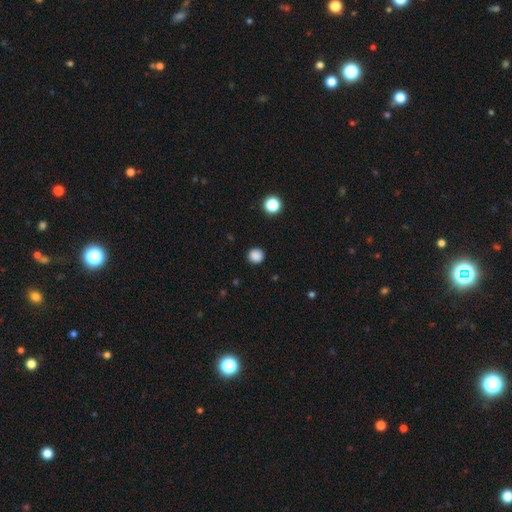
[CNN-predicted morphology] Smooth or featured? smooth (86%)
How rounded? round (94%)
Merging? none (91%)